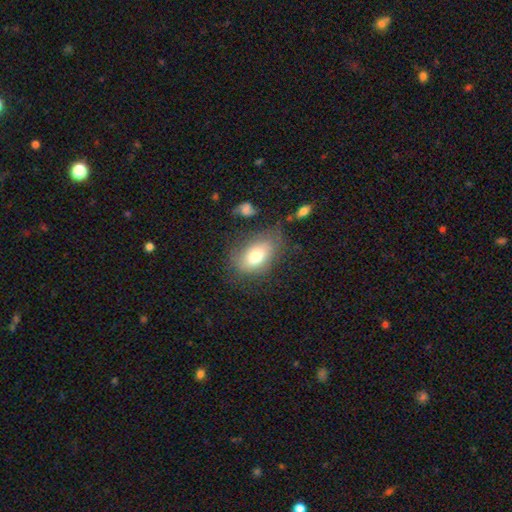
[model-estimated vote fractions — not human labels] Morphology: type=smooth (74%); roundness=in between (86%); merging=none (63%).